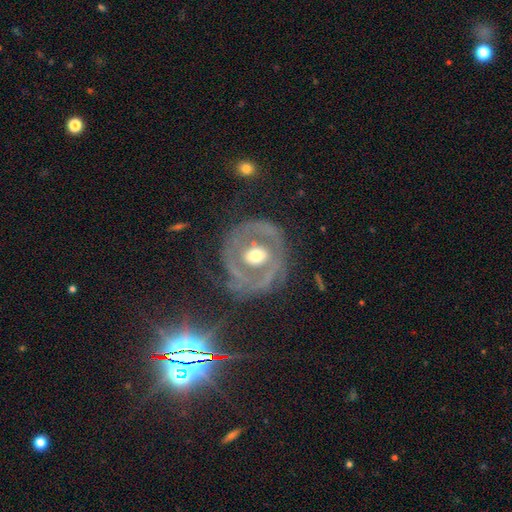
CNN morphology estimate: A featured or disk galaxy (76%) with no bar (61%), spiral arms (57%) and a moderate central bulge (70%). Merging: none (57%).